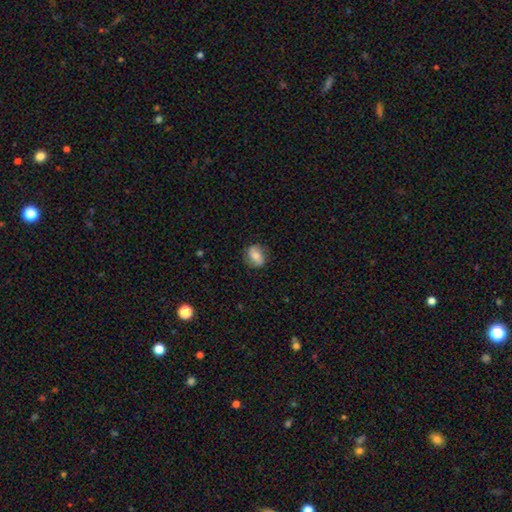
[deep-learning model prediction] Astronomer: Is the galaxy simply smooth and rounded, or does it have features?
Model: smooth — 61%.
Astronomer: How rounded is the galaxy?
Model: in between — 60% (runner-up: round, 38%).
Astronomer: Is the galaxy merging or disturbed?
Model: none — 80%.